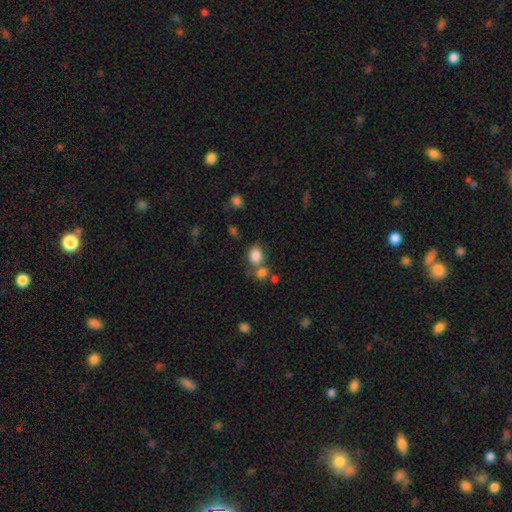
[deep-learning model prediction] smooth 83%, star or artifact 10%, featured or disk 7%. Down the decision tree: how rounded — in between (59%); merging — none (53%).